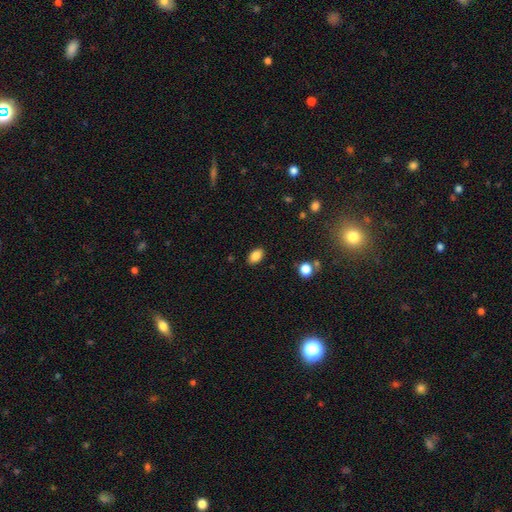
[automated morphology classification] type=smooth (86%); roundness=in between (89%); merging=none (87%).